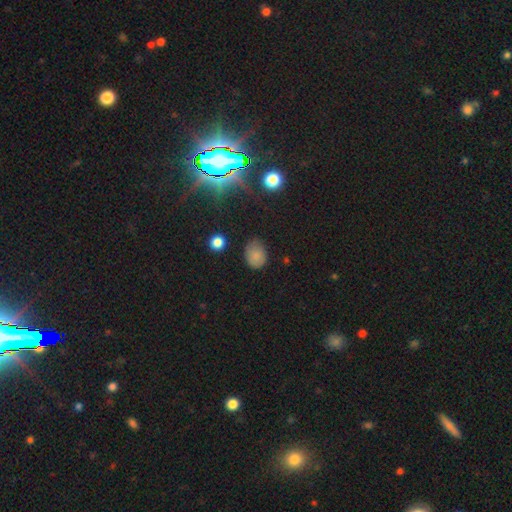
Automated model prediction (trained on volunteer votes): This appears to be a smooth galaxy with no disk features (80%) that is in between round and cigar-shaped (58%). Merging: none (64%).